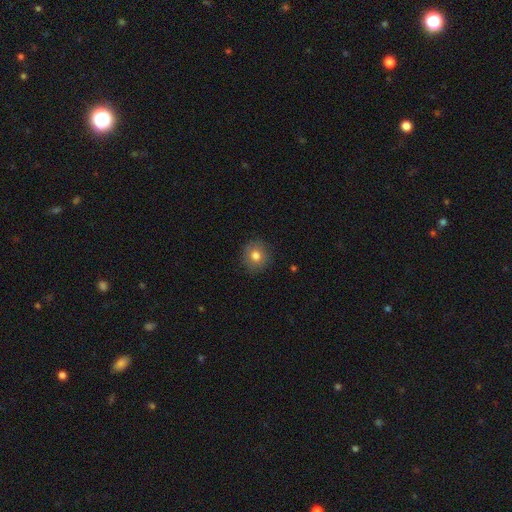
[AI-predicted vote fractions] This is likely a smooth galaxy (78%). How rounded: clearly round (90%). Merging: clearly none (88%).